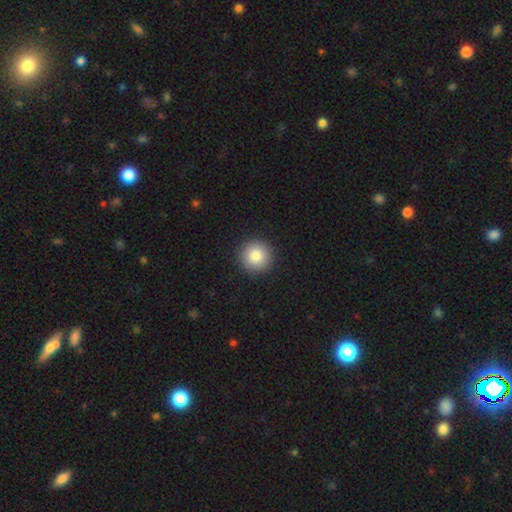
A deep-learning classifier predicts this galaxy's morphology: This appears to be a smooth galaxy with no disk features (85%) that is round (96%). Merging: none (93%).